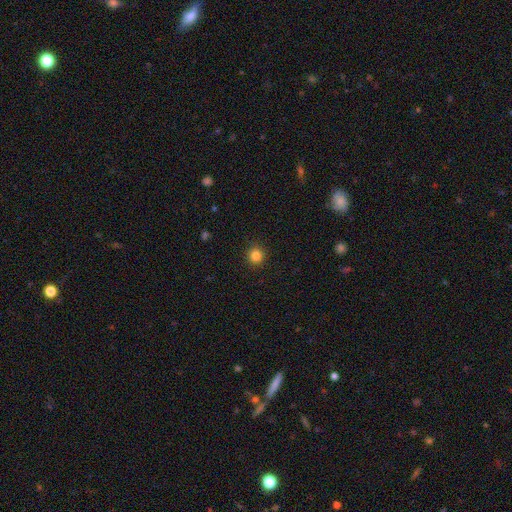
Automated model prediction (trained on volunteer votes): This appears to be a smooth galaxy with no disk features (84%) that is round (94%). Merging: none (92%).